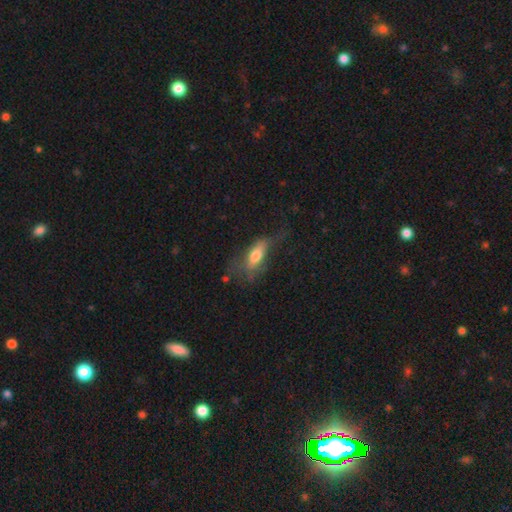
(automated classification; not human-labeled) Morphology: type=smooth (64%); roundness=in between (67%); merging=none (40%).